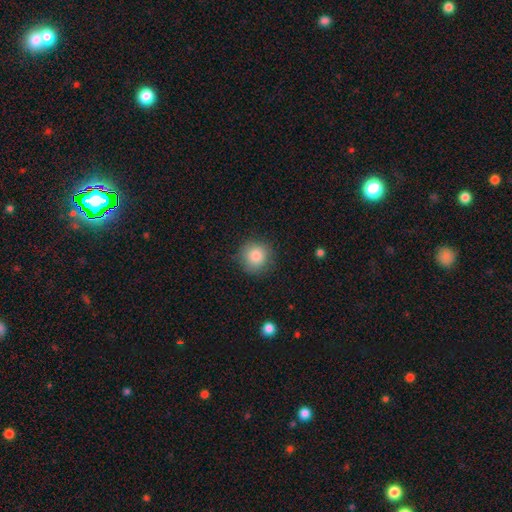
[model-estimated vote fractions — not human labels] This is clearly a smooth galaxy (84%). How rounded: clearly round (93%). Merging: clearly none (85%).